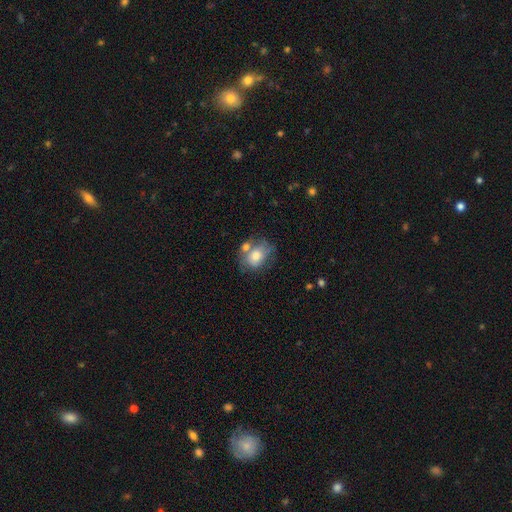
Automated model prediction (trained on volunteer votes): smooth_or_featured: smooth (p=0.70) [alt: featured or disk p=0.22]
how_rounded: in between (p=0.61) [alt: round p=0.38]
merging: none (p=0.48) [alt: merger p=0.24]